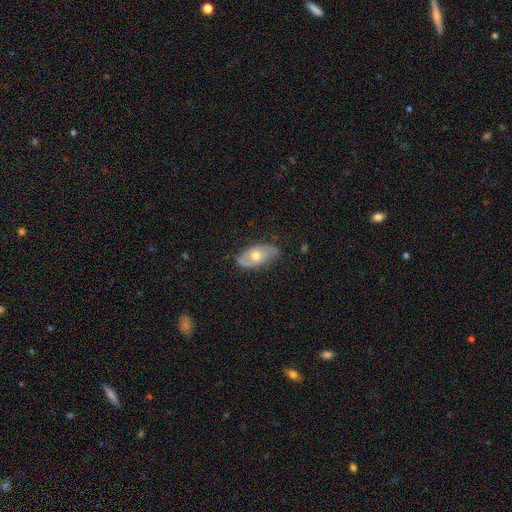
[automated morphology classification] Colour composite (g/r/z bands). It shows a featured or disk galaxy (52%). Merging: none (72%).